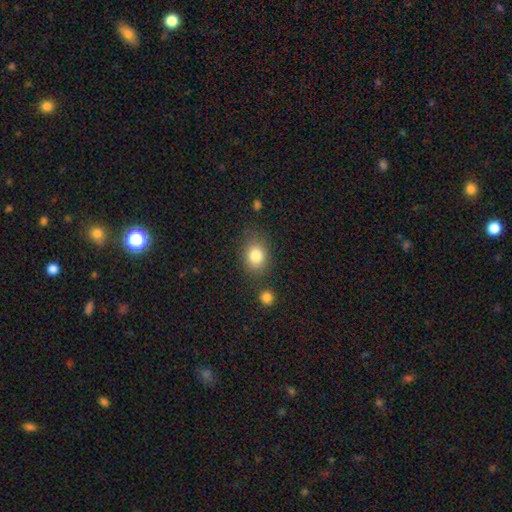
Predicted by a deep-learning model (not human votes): The model was most divided on "how rounded": in between: 54%, round: 45%, cigar-shaped: 1%. More confident: smooth or featured — smooth (83%); merging — none (75%).